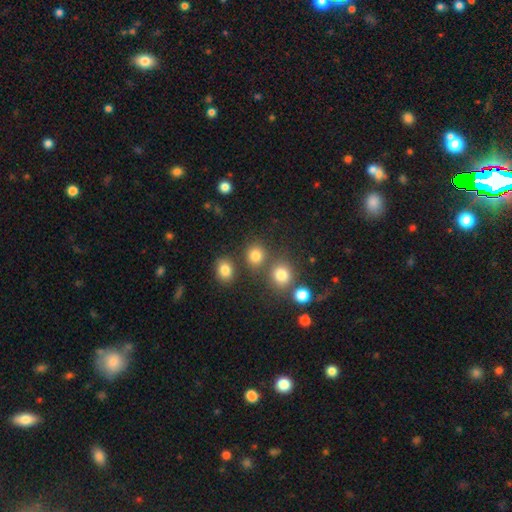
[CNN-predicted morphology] Smooth or featured?
  - smooth: 79% *
  - star or artifact: 15%
  - featured or disk: 6%
How rounded?
  - round: 82% *
  - in between: 16%
  - cigar-shaped: 1%
Merging?
  - none: 70% *
  - merger: 17%
  - minor disturbance: 9%
  - major disturbance: 4%